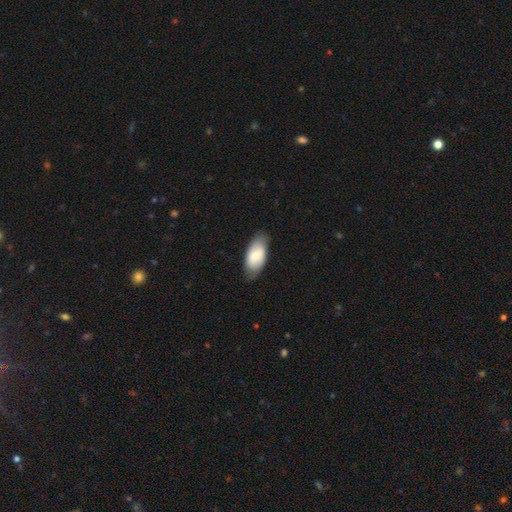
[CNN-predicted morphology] smooth_or_featured: smooth (p=0.73) [alt: featured or disk p=0.21]
how_rounded: in between (p=0.93) [alt: cigar-shaped p=0.05]
merging: none (p=0.76) [alt: minor disturbance p=0.19]